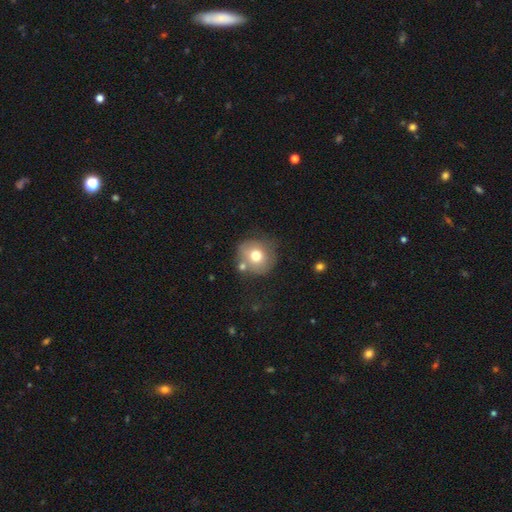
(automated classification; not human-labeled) The model was most divided on "merging": none: 62%, minor disturbance: 18%, merger: 13%, major disturbance: 7%. More confident: how rounded — round (87%); smooth or featured — smooth (70%).